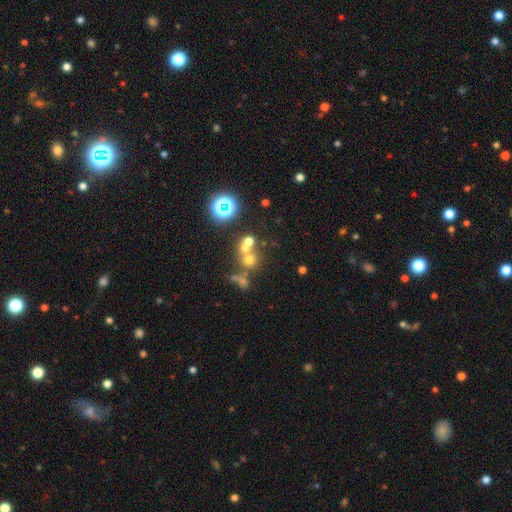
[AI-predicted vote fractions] Smooth or featured?
  - star or artifact: 57% *
  - smooth: 29%
  - featured or disk: 14%